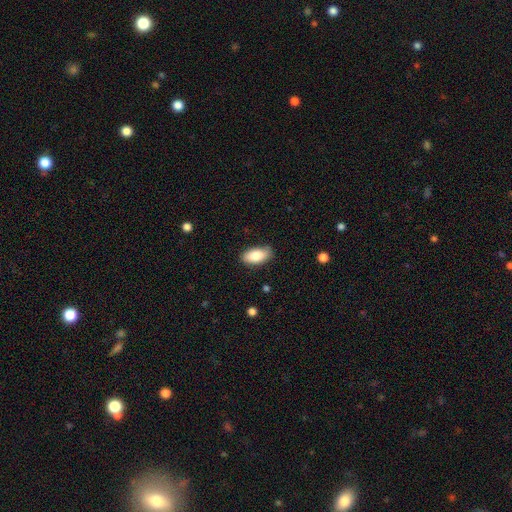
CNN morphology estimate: A smooth galaxy with no disk features (84%) that is in between round and cigar-shaped (93%). Merging: none (82%).